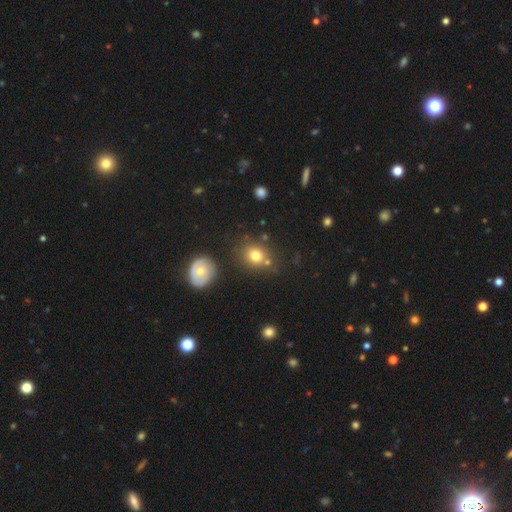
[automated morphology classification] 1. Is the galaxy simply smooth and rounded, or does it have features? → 76% smooth, 13% star or artifact, 11% featured or disk.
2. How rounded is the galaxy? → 71% round, 28% in between, 1% cigar-shaped.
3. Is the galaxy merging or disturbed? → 72% none, 12% minor disturbance, 12% merger, 4% major disturbance.